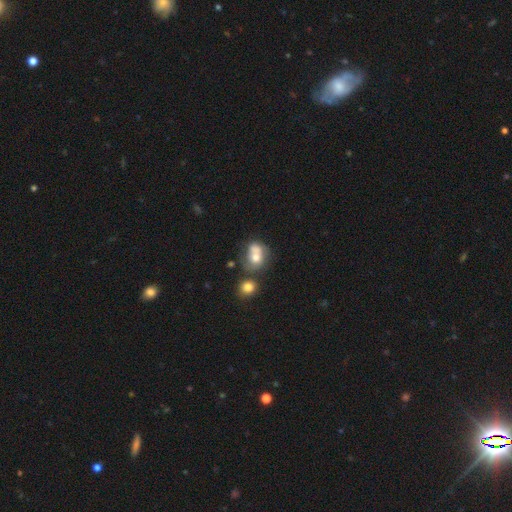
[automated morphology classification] smooth_or_featured: smooth (p=0.63) [alt: featured or disk p=0.27]
how_rounded: round (p=0.53) [alt: in between p=0.46]
merging: merger (p=0.53) [alt: none p=0.22]